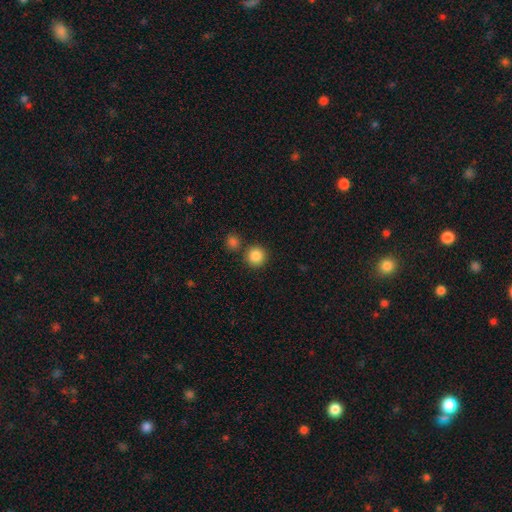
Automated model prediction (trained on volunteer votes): smooth-or-featured: smooth: 86% | star or artifact: 10% | featured or disk: 4%
  how-rounded: round: 94% | in between: 5% | cigar-shaped: 1%
  merging: none: 80% | merger: 11% | minor disturbance: 7% | major disturbance: 2%